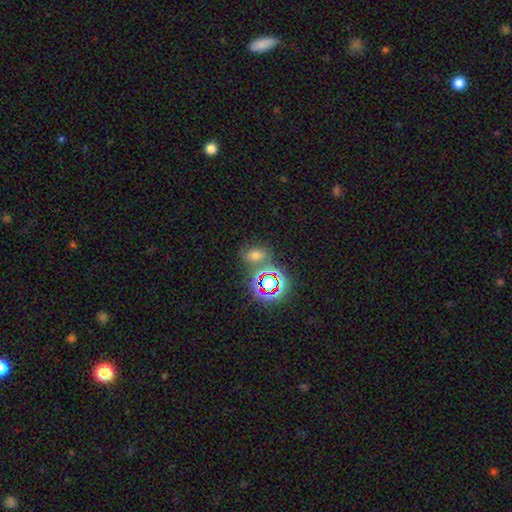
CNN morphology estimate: Smooth or featured: star or artifact — 54% (smooth — 30%)